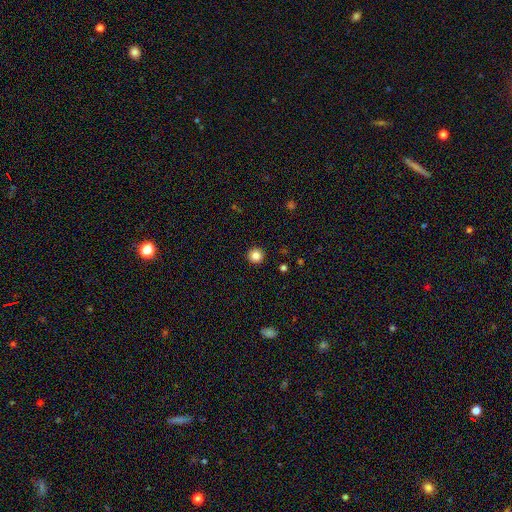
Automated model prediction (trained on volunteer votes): Smooth or featured? smooth (84%)
How rounded? round (96%)
Merging? none (93%)